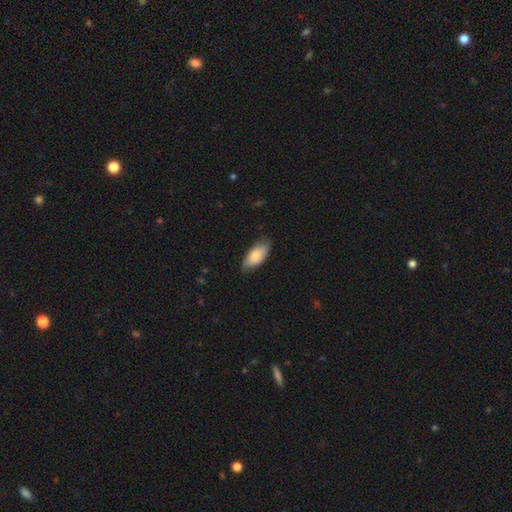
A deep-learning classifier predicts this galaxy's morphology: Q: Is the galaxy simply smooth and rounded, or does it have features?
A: smooth — 80%.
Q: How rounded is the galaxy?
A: in between — 90%.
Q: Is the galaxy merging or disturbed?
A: none — 75%.